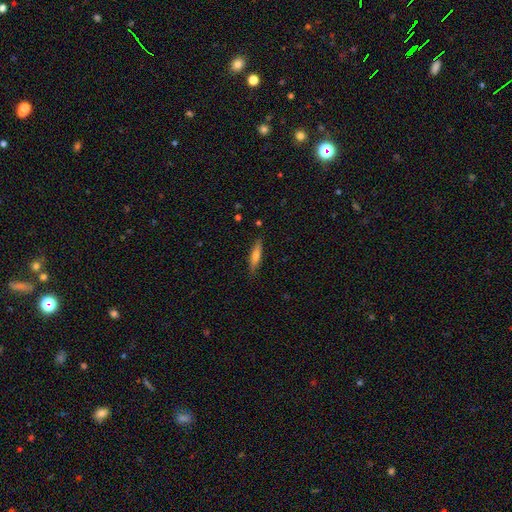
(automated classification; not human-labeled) This appears to be a smooth galaxy with no disk features (64%) that is cigar-shaped (79%). Merging: none (86%).